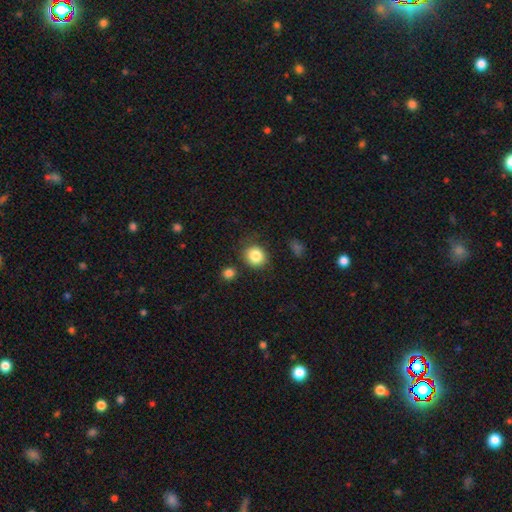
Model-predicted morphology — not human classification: This is clearly a smooth galaxy (85%). How rounded: clearly round (82%). Merging: clearly none (81%).